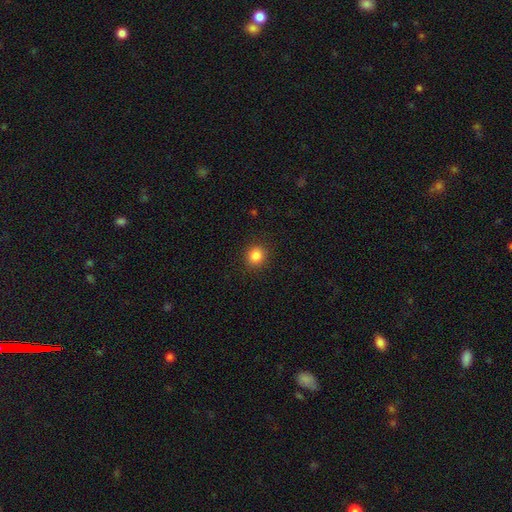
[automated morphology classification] smooth_or_featured: smooth (p=0.85) [alt: star or artifact p=0.11]
how_rounded: round (p=0.87) [alt: in between p=0.12]
merging: none (p=0.91) [alt: minor disturbance p=0.06]